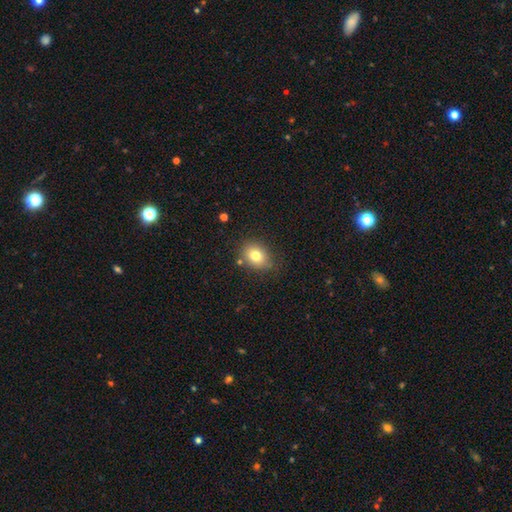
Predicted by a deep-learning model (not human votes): Overall: smooth (78%). How rounded: in between (51%; round 48%). Merging: none (76%).